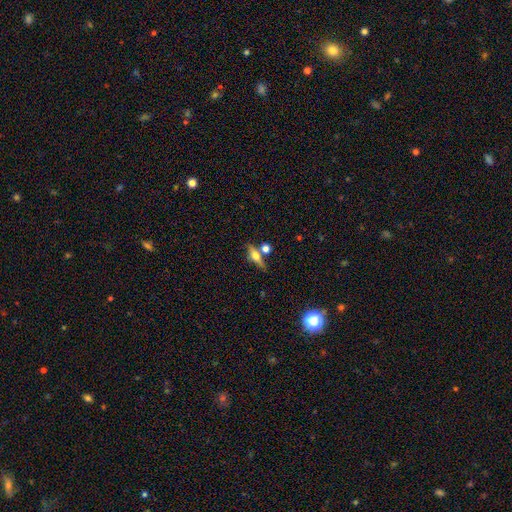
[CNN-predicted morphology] This appears to be a featured or disk galaxy (53%) viewed edge-on (88%). Merging: none (65%).